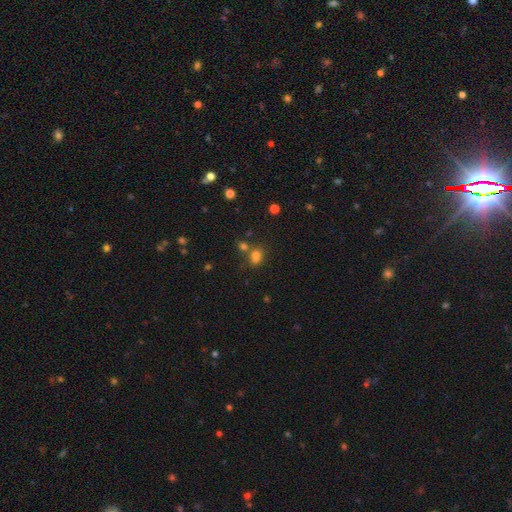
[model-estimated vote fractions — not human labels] Morphology: type=smooth (71%); roundness=in between (59%); merging=none (47%).